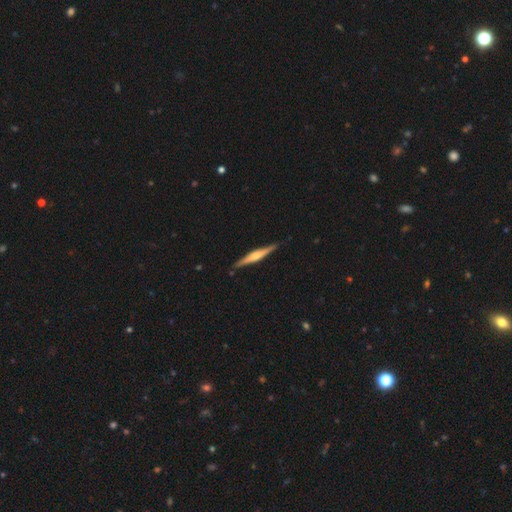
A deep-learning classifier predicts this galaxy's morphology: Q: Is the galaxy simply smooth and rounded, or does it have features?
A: featured or disk — 70%.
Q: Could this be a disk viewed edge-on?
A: yes — 98%.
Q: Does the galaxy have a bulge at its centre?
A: rounded — 78%.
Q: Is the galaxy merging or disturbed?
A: none — 89%.